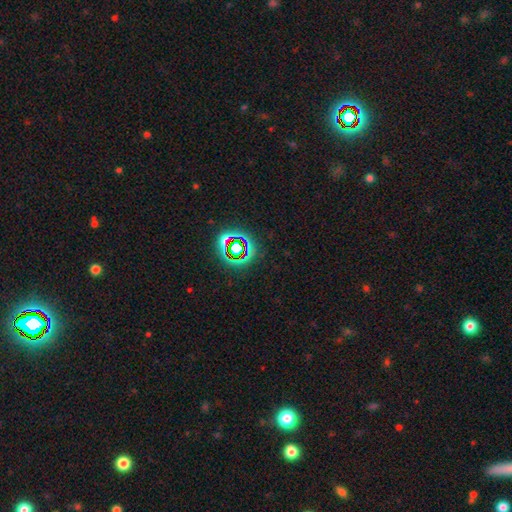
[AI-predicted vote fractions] Smooth or featured?
  - star or artifact: 66% *
  - smooth: 18%
  - featured or disk: 16%